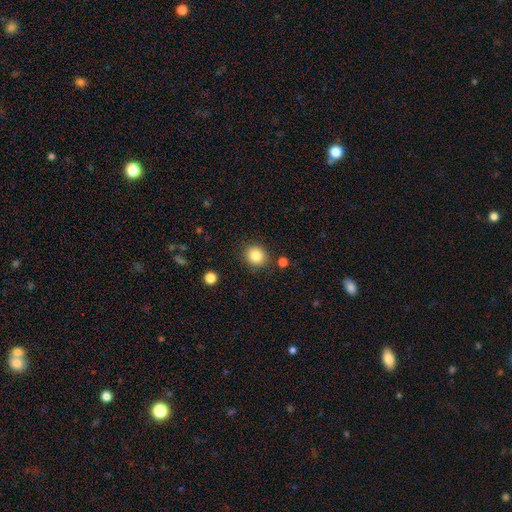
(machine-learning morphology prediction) Smooth or featured: smooth — 84% (star or artifact — 10%)
How rounded: round — 81% (in between — 18%)
Merging: none — 87% (minor disturbance — 8%)